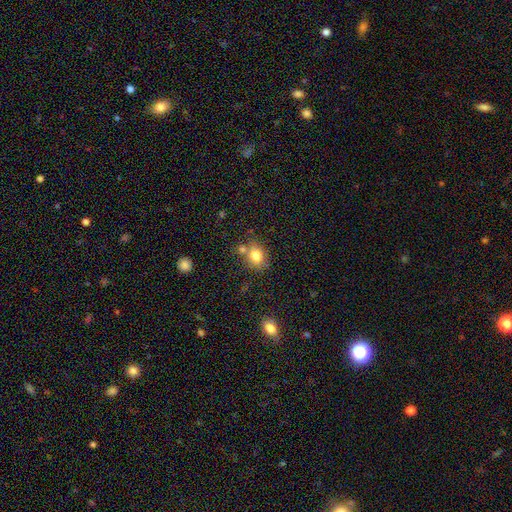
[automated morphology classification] Q: Smooth or featured?
A: smooth (80%); runner-up: star or artifact (11%)
Q: How rounded?
A: round (62%); runner-up: in between (37%)
Q: Merging?
A: none (64%); runner-up: merger (17%)